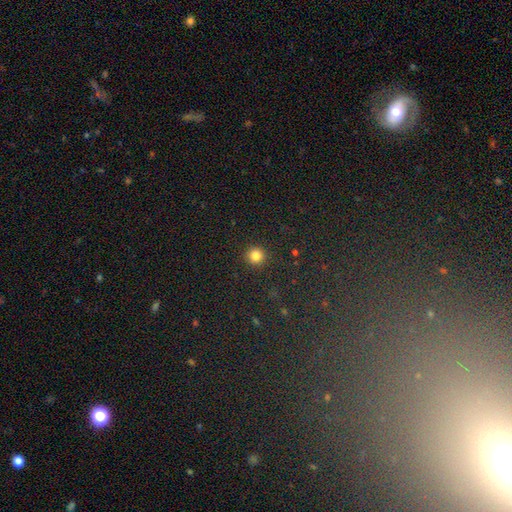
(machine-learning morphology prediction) Smooth or featured? Predicted: smooth (p=0.83). How rounded? Predicted: round (p=0.94). Merging? Predicted: none (p=0.92).